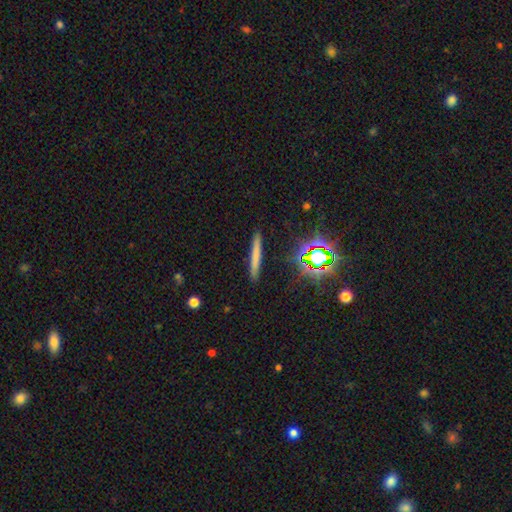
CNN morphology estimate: A smooth galaxy with no disk features (62%) that is cigar-shaped (95%).

Vote fractions:
- Smooth or featured? smooth: 62% / featured or disk: 23% / star or artifact: 15%
- How rounded? cigar-shaped: 95% / in between: 3% / round: 2%
- Merging? none: 90% / minor disturbance: 7% / major disturbance: 2% / merger: 2%